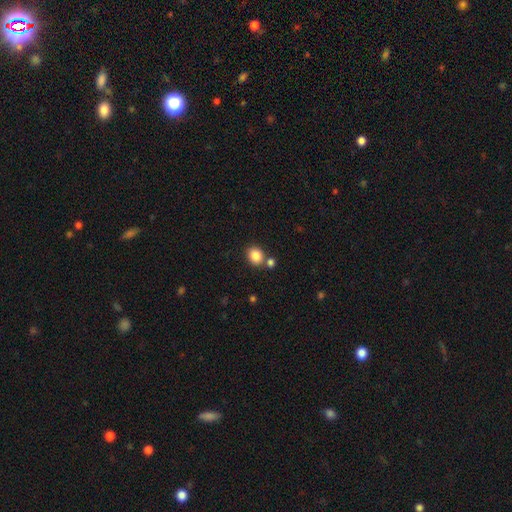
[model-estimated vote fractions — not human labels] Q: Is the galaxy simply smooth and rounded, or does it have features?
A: smooth — 86%.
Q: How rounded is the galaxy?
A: round — 62%.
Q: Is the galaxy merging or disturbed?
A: none — 70%.